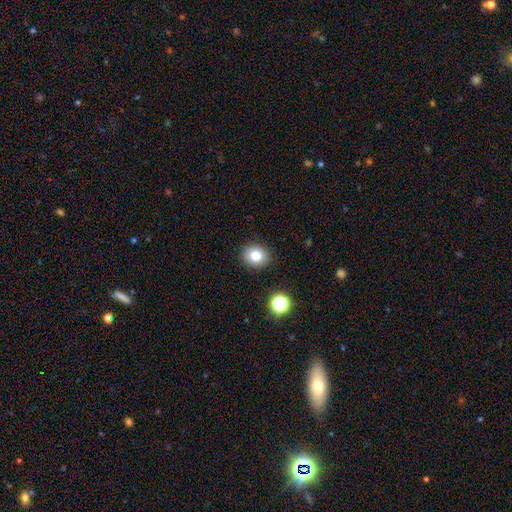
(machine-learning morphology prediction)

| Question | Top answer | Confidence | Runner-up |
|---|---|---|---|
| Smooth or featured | smooth | 80% | star or artifact (12%) |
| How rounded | round | 69% | in between (30%) |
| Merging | none | 89% | minor disturbance (7%) |